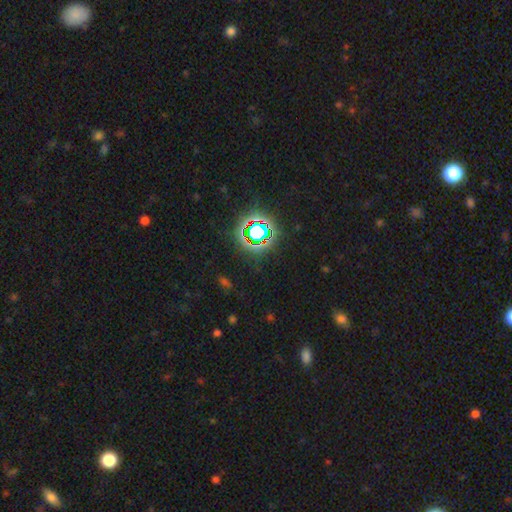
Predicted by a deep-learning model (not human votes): smooth-or-featured: star or artifact: 79% | smooth: 14% | featured or disk: 7%